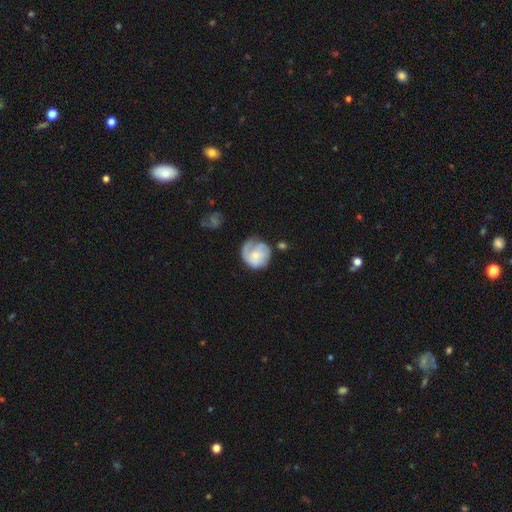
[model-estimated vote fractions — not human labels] Q: Smooth or featured?
A: smooth (47%); runner-up: featured or disk (46%)
Q: Merging?
A: none (50%); runner-up: minor disturbance (28%)